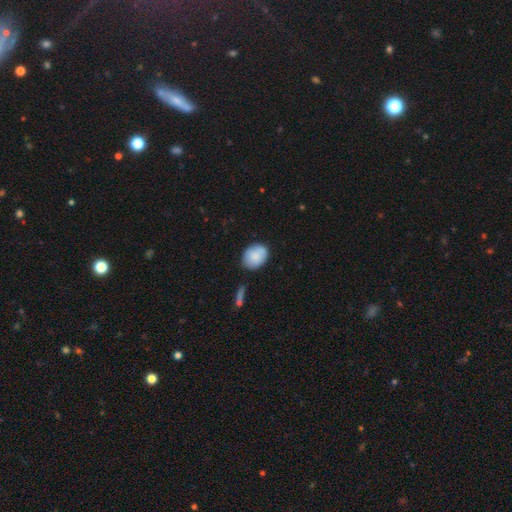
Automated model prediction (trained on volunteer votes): Smooth or featured? smooth (84%)
How rounded? in between (61%)
Merging? none (71%)